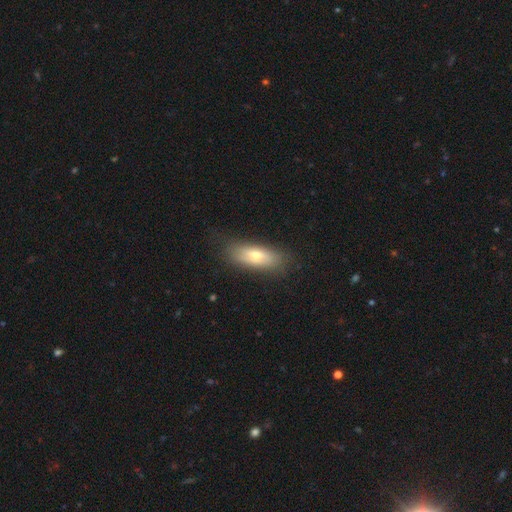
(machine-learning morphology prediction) Overall: smooth (66%). How rounded: in between (64%; cigar-shaped 33%). Merging: none (81%).